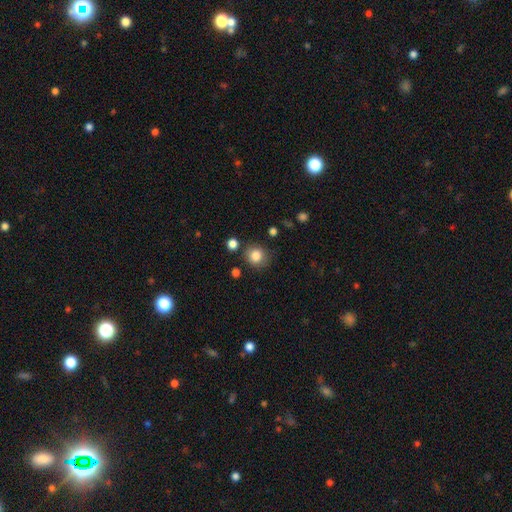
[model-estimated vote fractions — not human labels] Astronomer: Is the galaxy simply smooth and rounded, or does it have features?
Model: smooth — 83%.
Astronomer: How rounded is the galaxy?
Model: round — 87%.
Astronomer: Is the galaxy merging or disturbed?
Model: none — 82%.